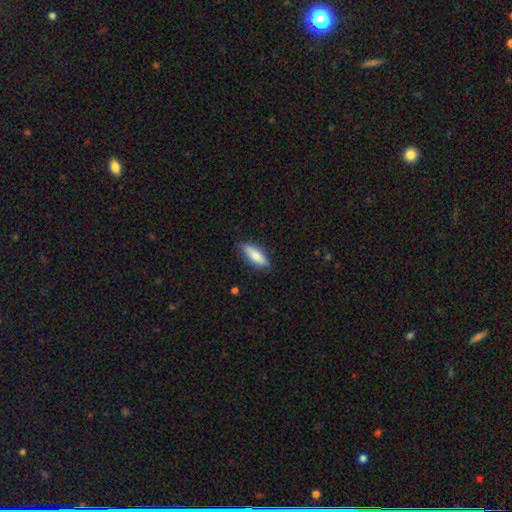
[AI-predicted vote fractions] A smooth galaxy with no disk features (77%) that is in between round and cigar-shaped (56%).

Vote fractions:
- Smooth or featured? smooth: 77% / featured or disk: 17% / star or artifact: 6%
- How rounded? in between: 56% / cigar-shaped: 42% / round: 2%
- Merging? none: 81% / minor disturbance: 15% / major disturbance: 3% / merger: 1%